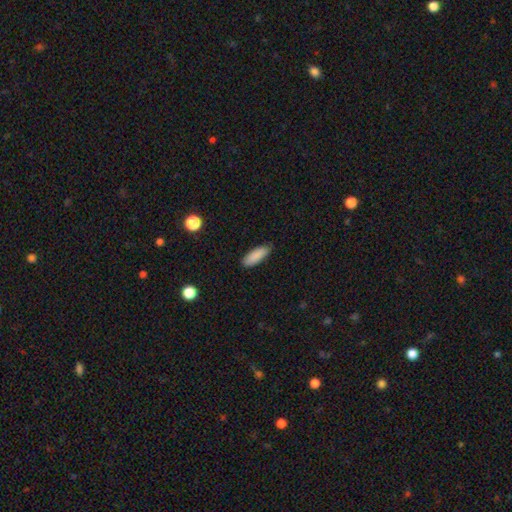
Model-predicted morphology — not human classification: type=smooth (88%); roundness=in between (65%); merging=none (84%).